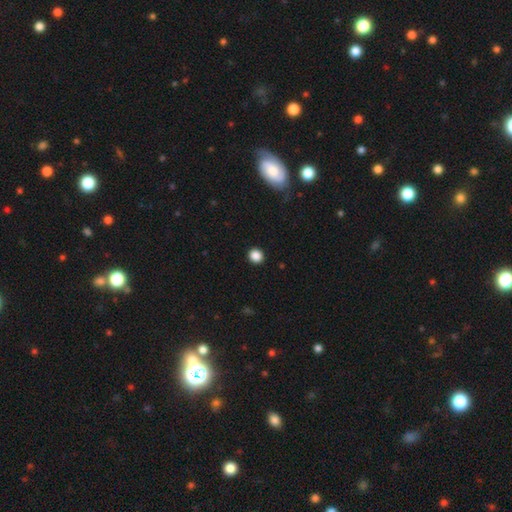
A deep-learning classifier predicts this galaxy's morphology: A smooth galaxy with no disk features (87%) that is round (89%).

Vote fractions:
- Smooth or featured? smooth: 87% / star or artifact: 10% / featured or disk: 3%
- How rounded? round: 89% / in between: 10% / cigar-shaped: 1%
- Merging? none: 93% / minor disturbance: 5% / major disturbance: 2% / merger: 1%